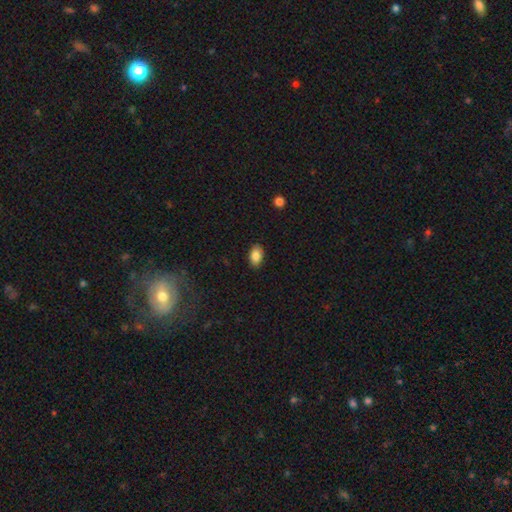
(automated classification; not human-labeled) Morphology: type=smooth (87%); roundness=in between (91%); merging=none (87%).